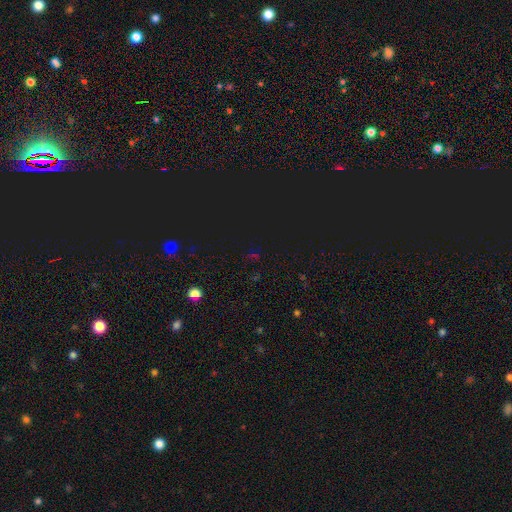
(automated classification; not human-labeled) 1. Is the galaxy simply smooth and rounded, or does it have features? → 74% star or artifact, 19% smooth, 8% featured or disk.